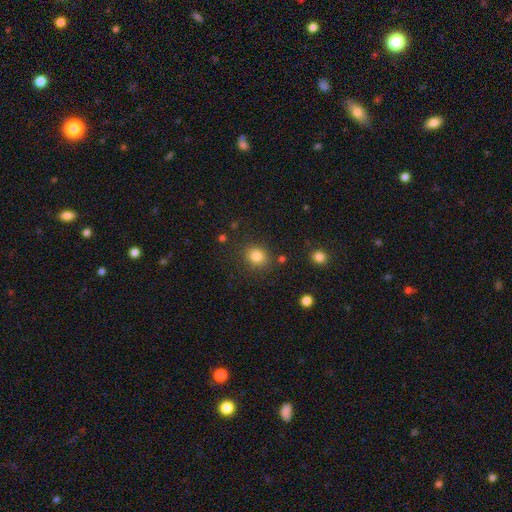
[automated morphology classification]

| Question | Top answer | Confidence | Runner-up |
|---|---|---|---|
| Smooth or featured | smooth | 84% | star or artifact (11%) |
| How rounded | round | 74% | in between (26%) |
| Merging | none | 84% | minor disturbance (10%) |